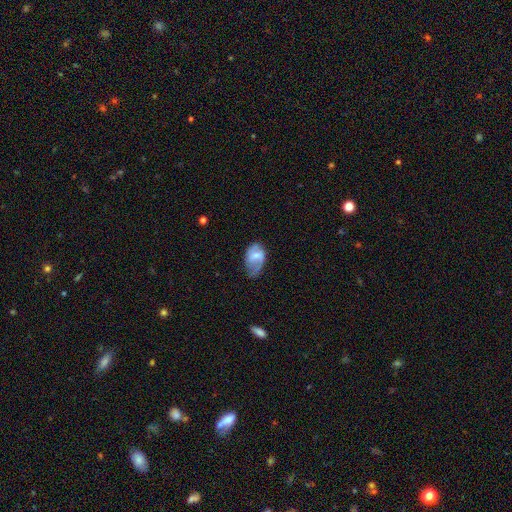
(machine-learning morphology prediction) The model was most divided on "merging": none: 41%, minor disturbance: 38%, major disturbance: 19%, merger: 2%. More confident: edge-on disk — no (96%); smooth or featured — featured or disk (51%).